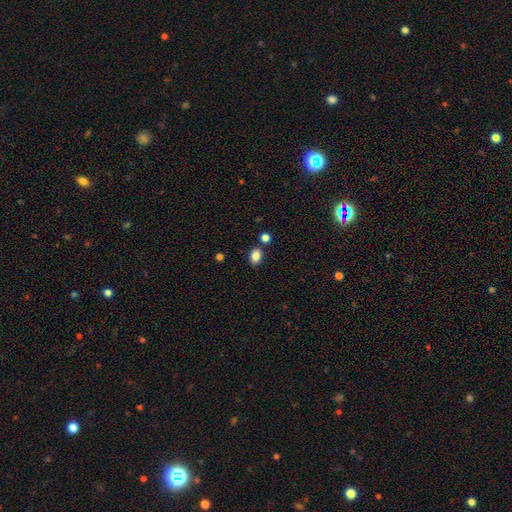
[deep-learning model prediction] The model was most divided on "how rounded": in between: 61%, round: 38%, cigar-shaped: 1%. More confident: smooth or featured — smooth (84%); merging — none (81%).